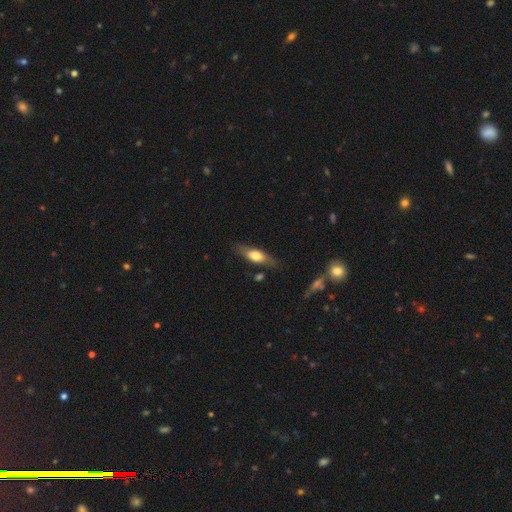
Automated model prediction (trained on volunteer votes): Morphology: type=smooth (58%); roundness=in between (57%); merging=none (76%).